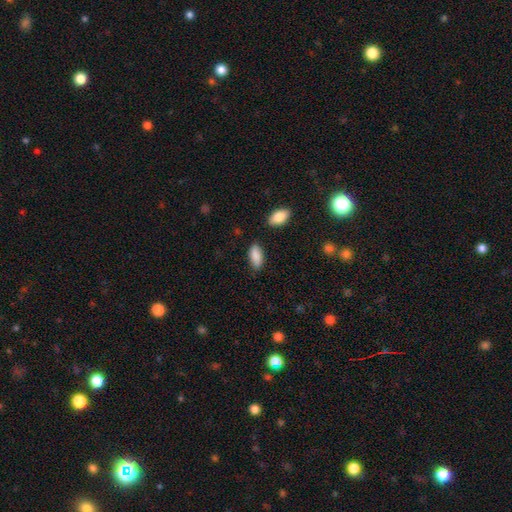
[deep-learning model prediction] A smooth galaxy with no disk features (88%) that is in between round and cigar-shaped (87%). Merging: none (80%).